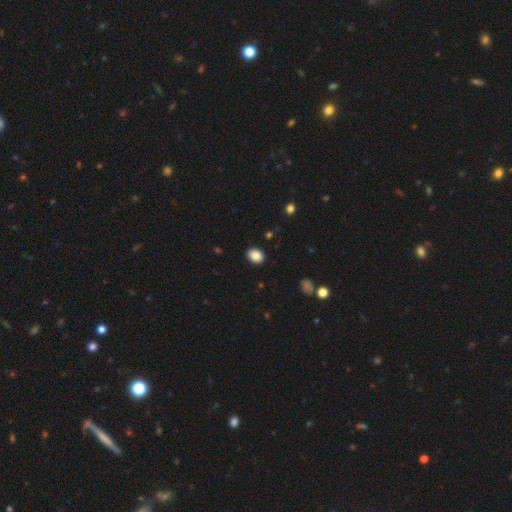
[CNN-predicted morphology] smooth_or_featured: smooth (p=0.87) [alt: star or artifact p=0.09]
how_rounded: in between (p=0.57) [alt: round p=0.42]
merging: none (p=0.90) [alt: minor disturbance p=0.07]